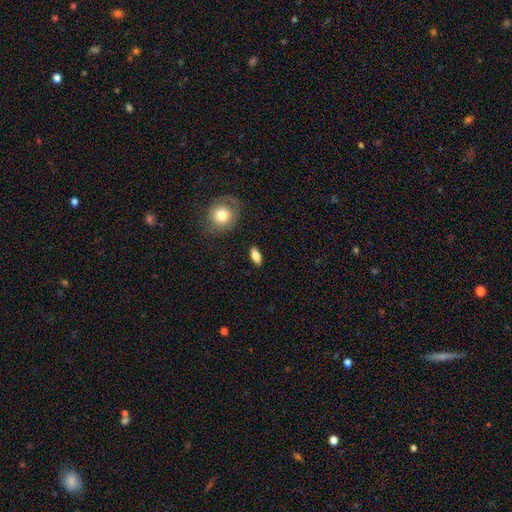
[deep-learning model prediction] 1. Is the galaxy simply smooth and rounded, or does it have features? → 78% smooth, 15% featured or disk, 7% star or artifact.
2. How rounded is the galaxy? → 72% in between, 22% cigar-shaped, 6% round.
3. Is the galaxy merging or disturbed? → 88% none, 8% minor disturbance, 2% major disturbance, 2% merger.